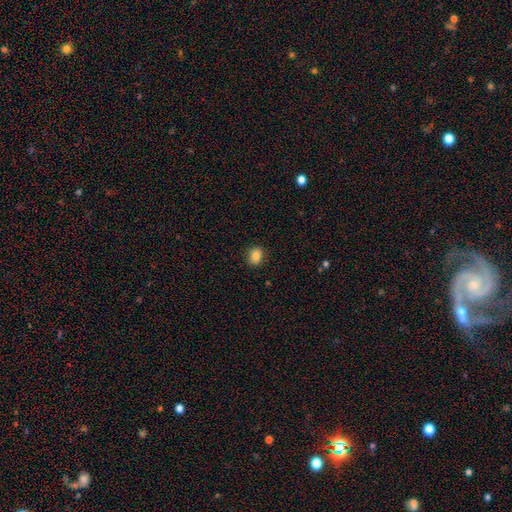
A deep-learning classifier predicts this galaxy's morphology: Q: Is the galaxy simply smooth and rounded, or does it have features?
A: smooth — 83%.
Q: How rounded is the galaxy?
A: in between — 53%.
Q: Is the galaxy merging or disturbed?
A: none — 89%.